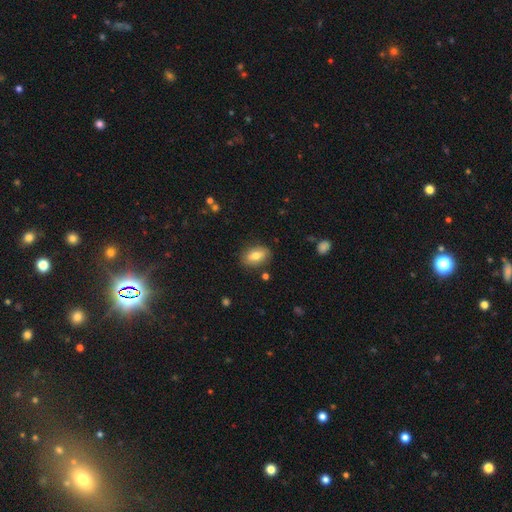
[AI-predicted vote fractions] Q: Smooth or featured?
A: smooth (77%); runner-up: featured or disk (15%)
Q: How rounded?
A: in between (88%); runner-up: round (8%)
Q: Merging?
A: none (84%); runner-up: minor disturbance (11%)